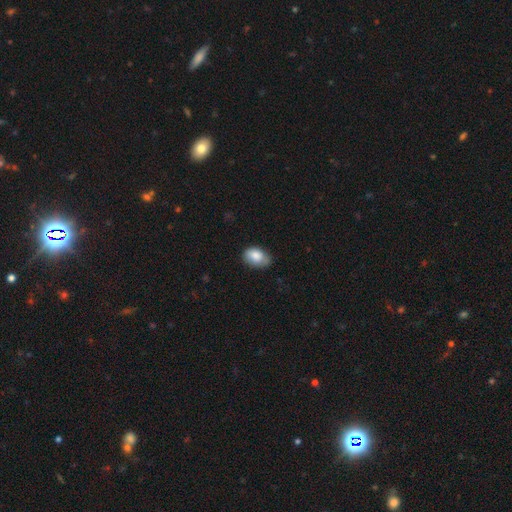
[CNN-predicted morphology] Overall: smooth (84%). How rounded: in between (85%). Merging: none (63%; minor disturbance 31%).